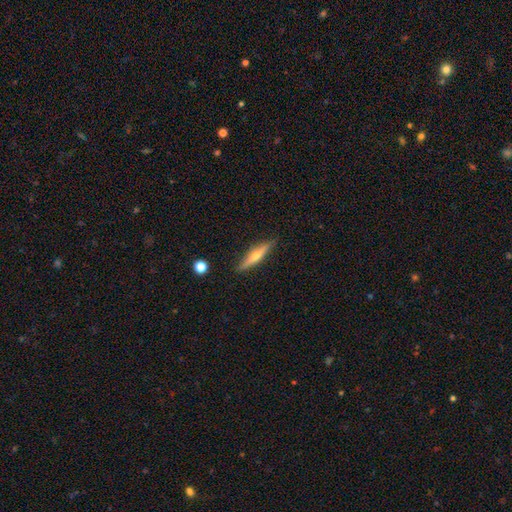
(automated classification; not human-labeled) Smooth or featured? featured or disk (58%)
Edge-on disk? yes (95%)
Edge-on bulge? rounded (84%)
Merging? none (89%)